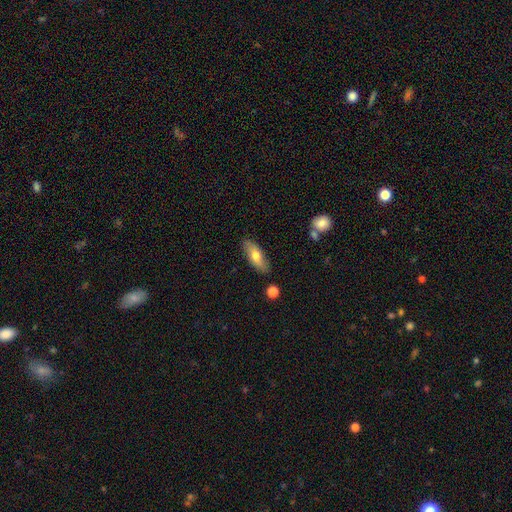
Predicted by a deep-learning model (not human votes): Smooth or featured: smooth — 67% (featured or disk — 27%)
How rounded: in between — 66% (cigar-shaped — 31%)
Merging: none — 85% (minor disturbance — 11%)